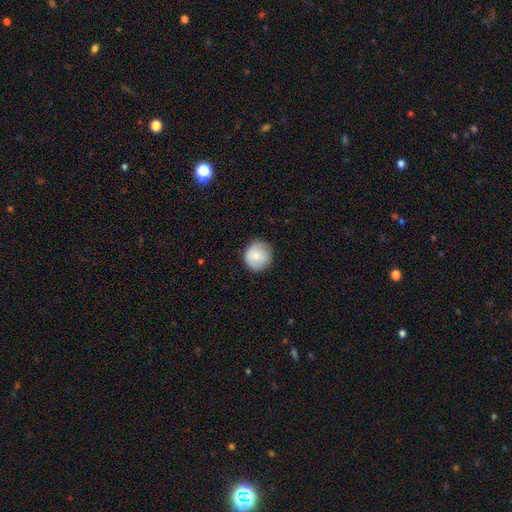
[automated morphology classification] smooth_or_featured: smooth (p=0.78) [alt: featured or disk p=0.15]
how_rounded: round (p=0.90) [alt: in between p=0.09]
merging: none (p=0.79) [alt: minor disturbance p=0.17]